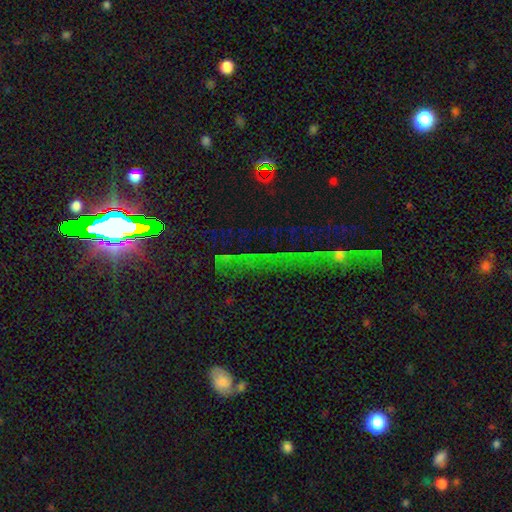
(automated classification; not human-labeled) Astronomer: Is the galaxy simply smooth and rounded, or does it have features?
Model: star or artifact — 76%.